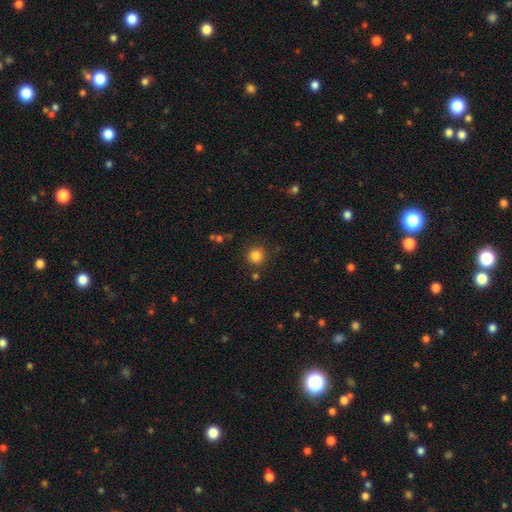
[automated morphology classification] Smooth or featured?
  - smooth: 83% *
  - star or artifact: 12%
  - featured or disk: 5%
How rounded?
  - round: 91% *
  - in between: 8%
  - cigar-shaped: 1%
Merging?
  - none: 84% *
  - minor disturbance: 9%
  - merger: 4%
  - major disturbance: 3%